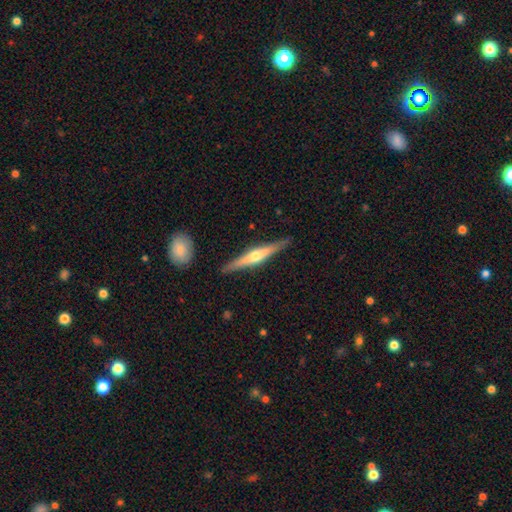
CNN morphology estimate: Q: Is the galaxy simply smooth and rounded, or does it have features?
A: featured or disk — 71%.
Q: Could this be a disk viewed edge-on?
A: yes — 97%.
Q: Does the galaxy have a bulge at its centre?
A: rounded — 90%.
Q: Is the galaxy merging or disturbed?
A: none — 88%.